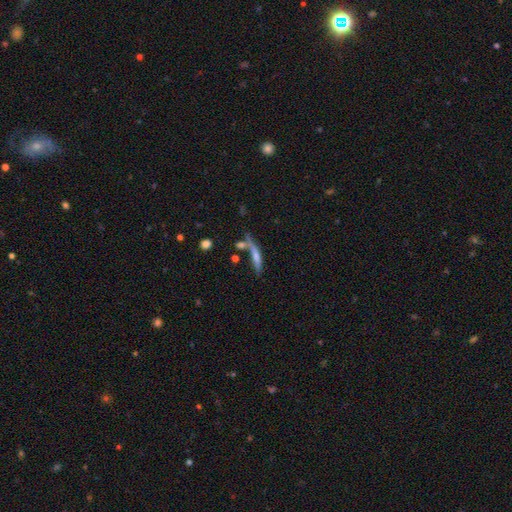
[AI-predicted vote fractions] This appears to be a smooth galaxy with no disk features (46%). Merging: none (53%).